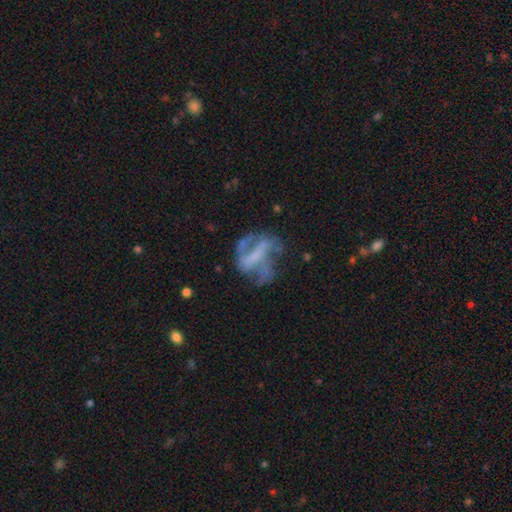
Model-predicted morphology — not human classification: Smooth or featured?
  - featured or disk: 70% *
  - smooth: 18%
  - star or artifact: 12%
Edge-on disk?
  - no: 96% *
  - yes: 4%
Bar?
  - no: 35% *
  - strong: 34%
  - weak: 31%
Spiral arms?
  - yes: 59% *
  - no: 41%
Bulge size?
  - none: 57% *
  - small: 20%
  - moderate: 16%
  - large: 5%
  - dominant: 1%
Merging?
  - none: 41% *
  - major disturbance: 34%
  - minor disturbance: 19%
  - merger: 6%